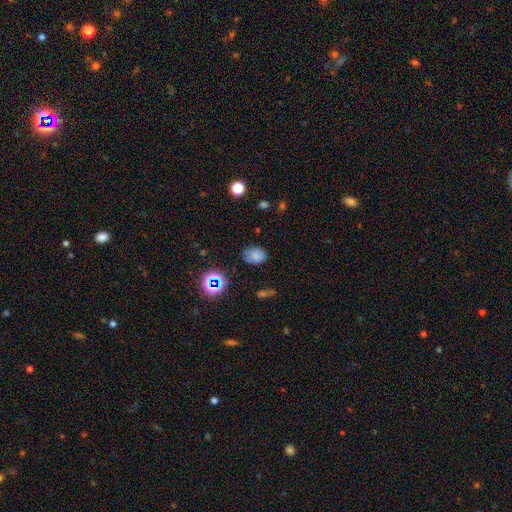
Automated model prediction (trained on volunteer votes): smooth_or_featured: smooth (p=0.72) [alt: star or artifact p=0.18]
how_rounded: in between (p=0.67) [alt: round p=0.32]
merging: none (p=0.64) [alt: minor disturbance p=0.27]